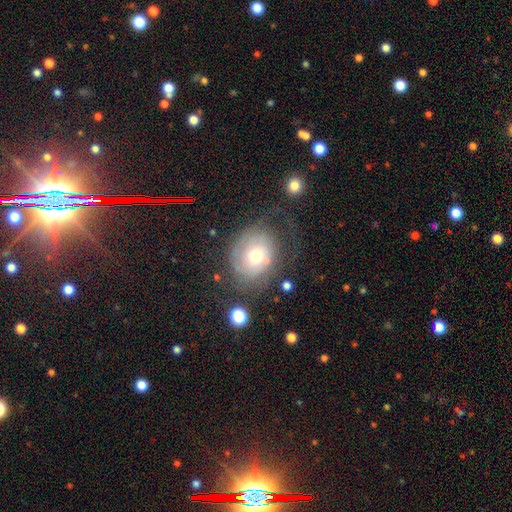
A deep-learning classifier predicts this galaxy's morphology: Smooth or featured? featured or disk (47%)
Merging? none (44%)